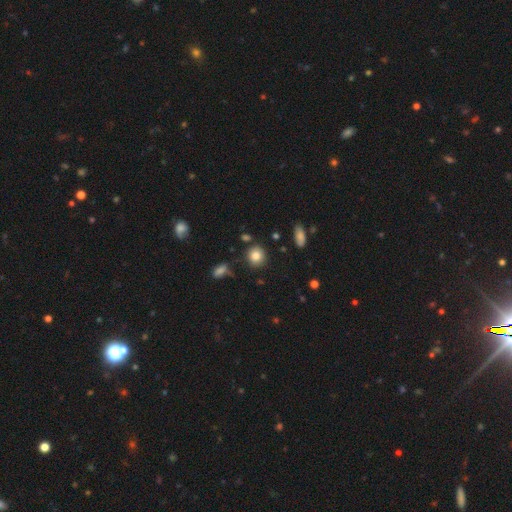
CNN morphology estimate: Smooth or featured? smooth (84%)
How rounded? round (83%)
Merging? none (82%)